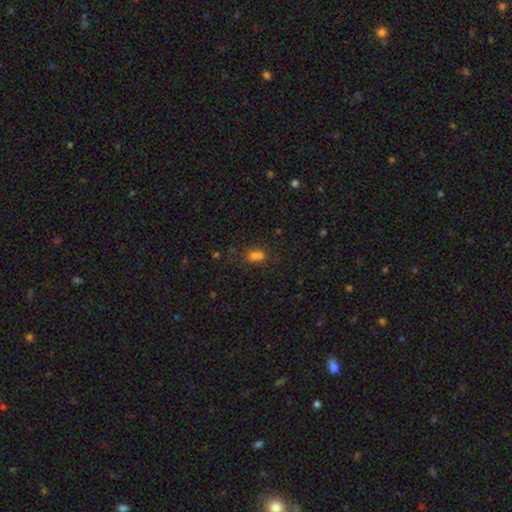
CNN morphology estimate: smooth_or_featured: smooth (p=0.69) [alt: star or artifact p=0.21]
how_rounded: in between (p=0.54) [alt: round p=0.43]
merging: none (p=0.44) [alt: merger p=0.36]